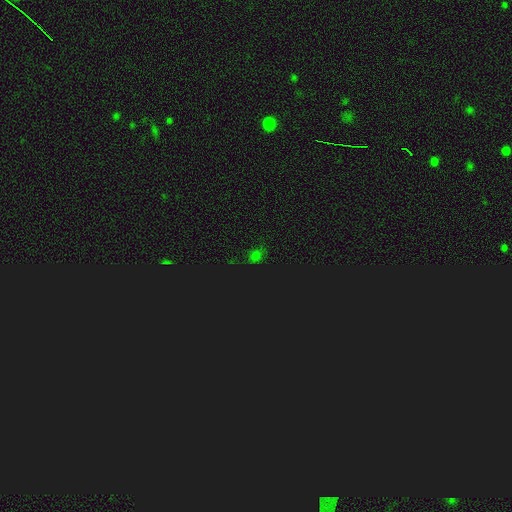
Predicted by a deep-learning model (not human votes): Smooth or featured? Predicted: smooth (p=0.49). Merging? Predicted: none (p=0.75).